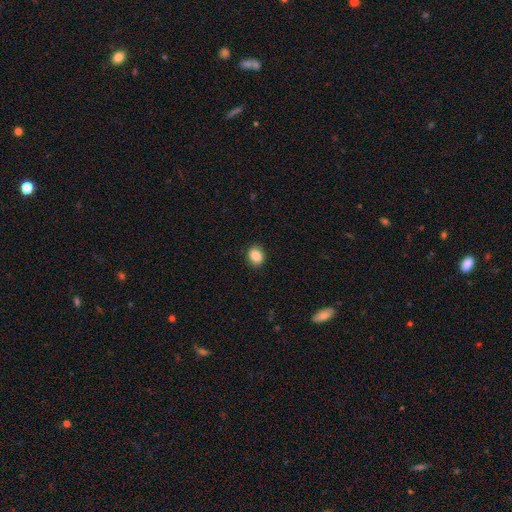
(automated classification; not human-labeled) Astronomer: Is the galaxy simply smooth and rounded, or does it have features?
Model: smooth — 87%.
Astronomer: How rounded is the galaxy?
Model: round — 54% (runner-up: in between, 45%).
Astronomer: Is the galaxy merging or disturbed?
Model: none — 90%.